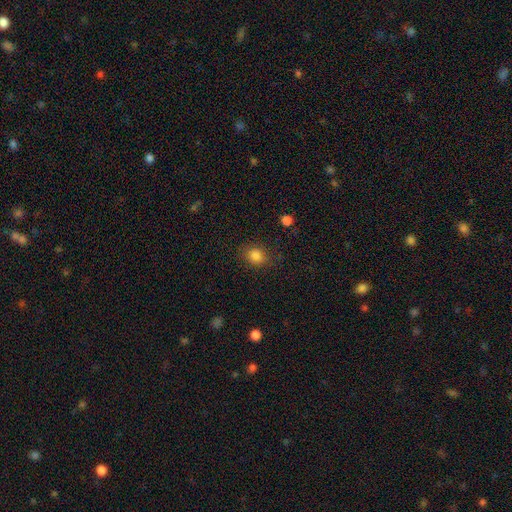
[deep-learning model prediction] This appears to be a smooth galaxy with no disk features (83%) that is round (58%). Merging: none (81%).